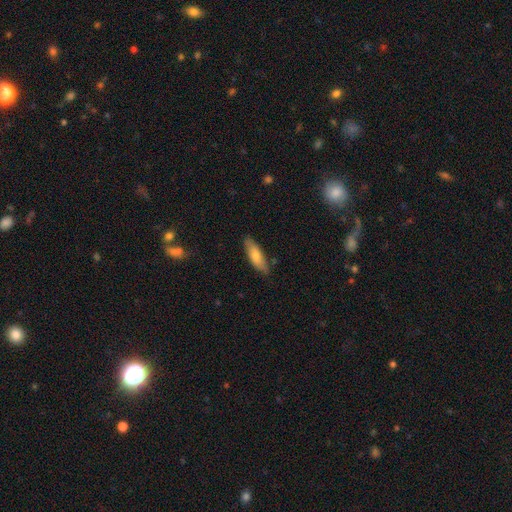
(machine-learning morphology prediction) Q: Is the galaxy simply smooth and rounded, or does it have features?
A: smooth — 71%.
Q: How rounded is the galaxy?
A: in between — 52%.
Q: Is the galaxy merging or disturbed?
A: none — 82%.